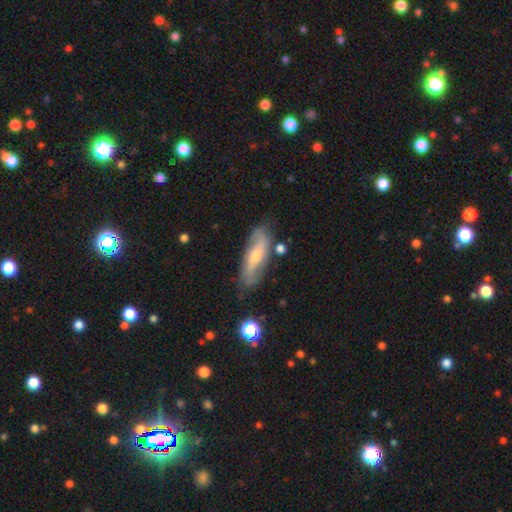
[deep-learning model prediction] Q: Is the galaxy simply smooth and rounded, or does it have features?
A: featured or disk — 67%.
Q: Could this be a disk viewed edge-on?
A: no — 78%.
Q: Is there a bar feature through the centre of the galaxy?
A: no — 47%.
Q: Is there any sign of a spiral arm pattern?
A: yes — 85%.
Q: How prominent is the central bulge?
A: moderate — 52%.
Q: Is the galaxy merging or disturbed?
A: none — 76%.